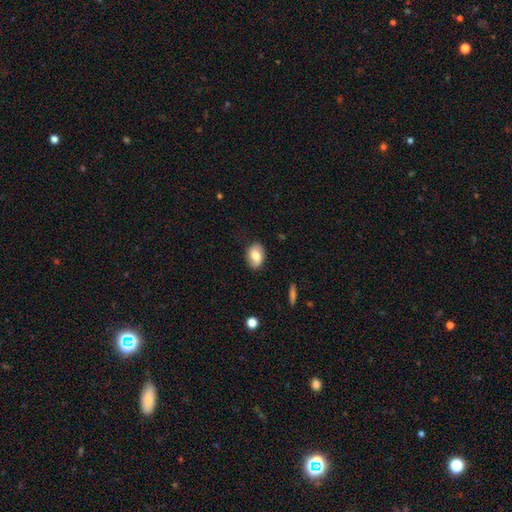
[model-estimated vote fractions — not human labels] smooth 70%, featured or disk 22%, star or artifact 8%. Down the decision tree: how rounded — in between (80%); merging — none (82%).